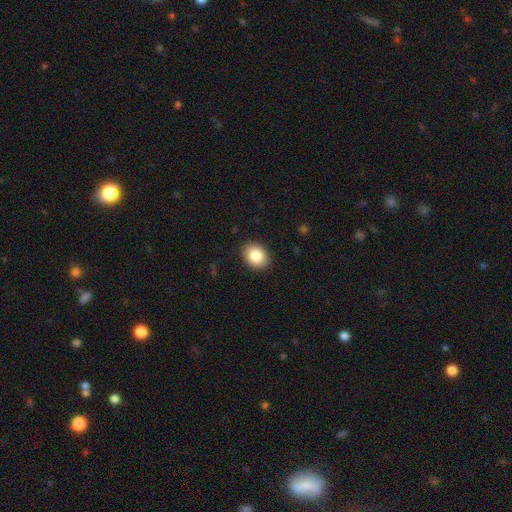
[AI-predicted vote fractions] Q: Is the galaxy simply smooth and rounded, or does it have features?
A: smooth — 85%.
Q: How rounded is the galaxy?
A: in between — 56%.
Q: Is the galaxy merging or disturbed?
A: none — 89%.